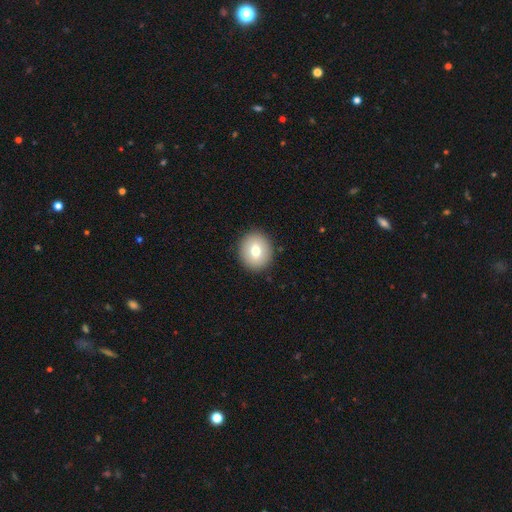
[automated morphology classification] Smooth or featured: smooth — 72% (featured or disk — 17%)
How rounded: round — 85% (in between — 14%)
Merging: none — 92% (minor disturbance — 5%)